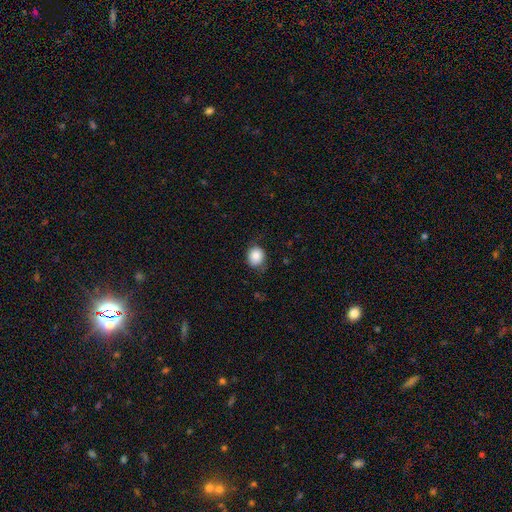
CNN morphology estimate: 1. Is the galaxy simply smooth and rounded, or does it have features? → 83% smooth, 9% star or artifact, 8% featured or disk.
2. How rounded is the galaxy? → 72% round, 27% in between, 1% cigar-shaped.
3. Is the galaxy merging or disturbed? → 74% none, 20% minor disturbance, 5% major disturbance, 1% merger.